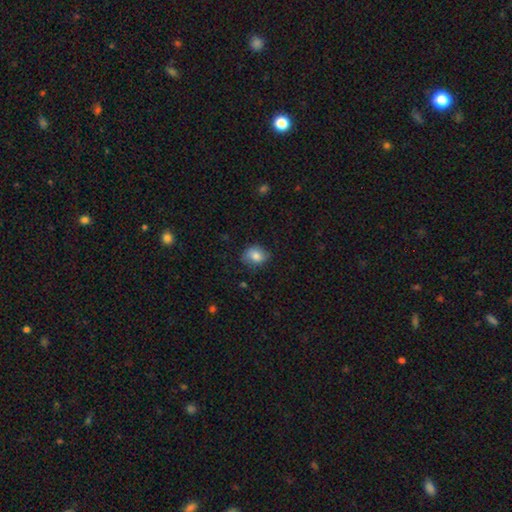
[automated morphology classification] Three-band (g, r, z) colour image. It shows a smooth galaxy with no disk features (81%) that is round (52%). Merging: none (72%).